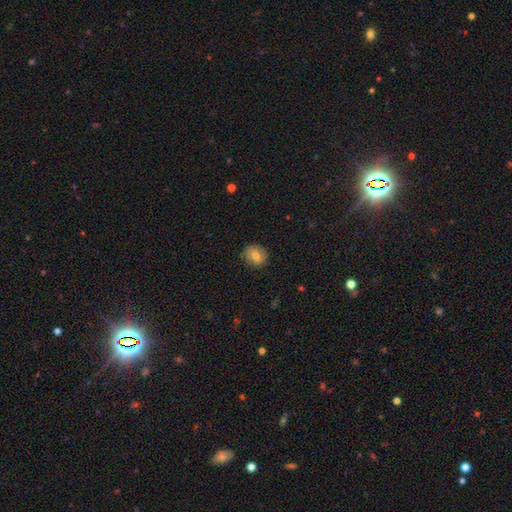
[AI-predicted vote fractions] A smooth galaxy with no disk features (68%) that is round (64%). Merging: none (81%).